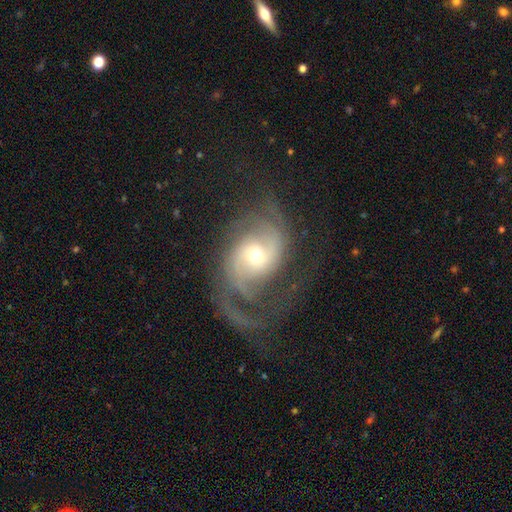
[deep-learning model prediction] Q: Smooth or featured?
A: featured or disk (86%); runner-up: smooth (8%)
Q: Edge-on disk?
A: no (97%); runner-up: yes (3%)
Q: Bar?
A: no (58%); runner-up: weak (31%)
Q: Spiral arms?
A: yes (95%); runner-up: no (5%)
Q: Spiral winding?
A: medium (43%); runner-up: loose (34%)
Q: Spiral arm count?
A: 2 (66%); runner-up: 1 (11%)
Q: Bulge size?
A: moderate (55%); runner-up: small (39%)
Q: Merging?
A: none (54%); runner-up: major disturbance (28%)